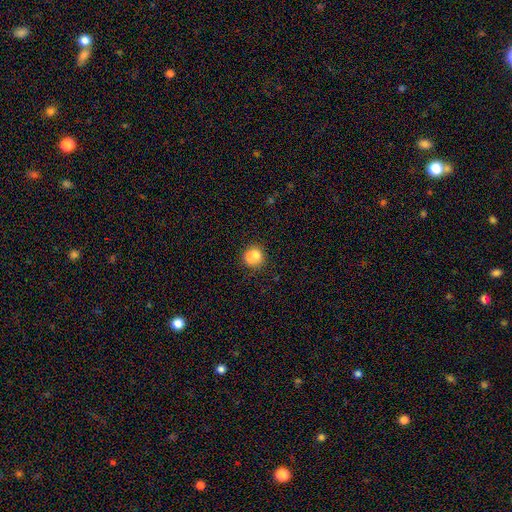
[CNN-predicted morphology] Q: Smooth or featured?
A: smooth (66%); runner-up: featured or disk (24%)
Q: How rounded?
A: round (77%); runner-up: in between (22%)
Q: Merging?
A: merger (52%); runner-up: none (35%)